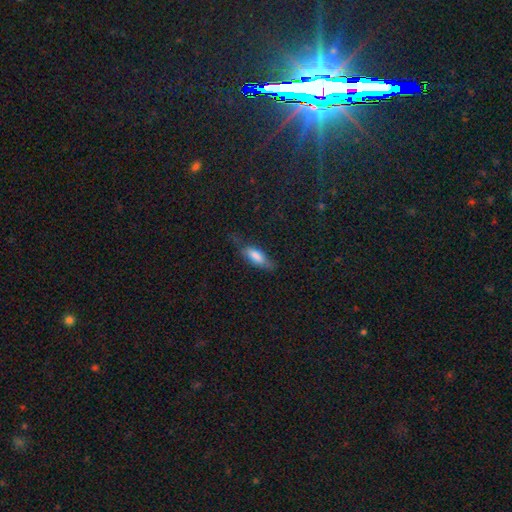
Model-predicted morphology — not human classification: A smooth galaxy with no disk features (72%) that is in between round and cigar-shaped (65%).

Vote fractions:
- Smooth or featured? smooth: 72% / featured or disk: 20% / star or artifact: 8%
- How rounded? in between: 65% / cigar-shaped: 32% / round: 2%
- Merging? none: 55% / minor disturbance: 30% / major disturbance: 13% / merger: 2%